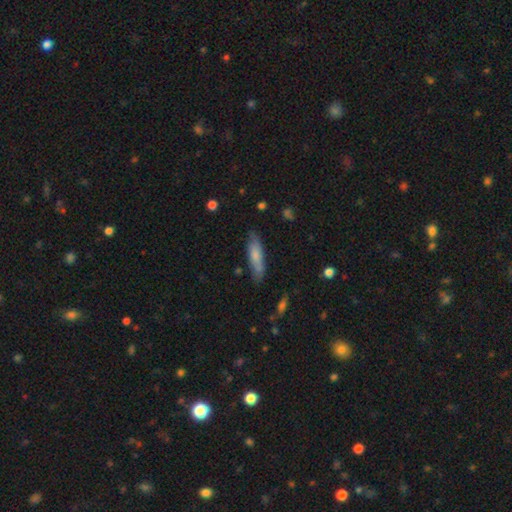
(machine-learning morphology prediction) This is likely a smooth galaxy (72%). How rounded: likely cigar-shaped (67%). Merging: likely none (76%).